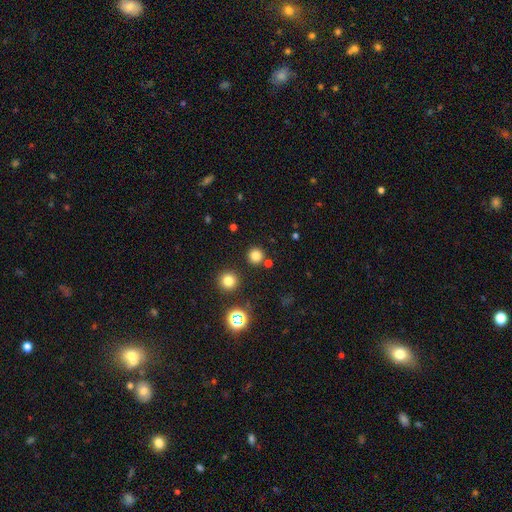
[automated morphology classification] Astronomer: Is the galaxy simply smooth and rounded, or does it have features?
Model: smooth — 78%.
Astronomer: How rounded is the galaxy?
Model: round — 95%.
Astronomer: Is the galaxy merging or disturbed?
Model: none — 86%.